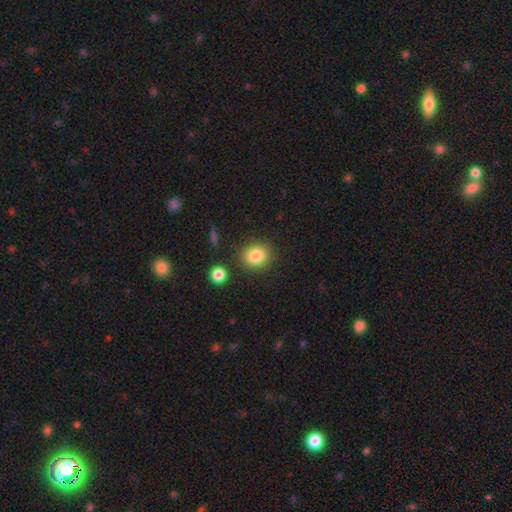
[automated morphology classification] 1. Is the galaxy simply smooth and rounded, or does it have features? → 84% smooth, 10% star or artifact, 6% featured or disk.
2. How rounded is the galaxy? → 78% round, 21% in between, 1% cigar-shaped.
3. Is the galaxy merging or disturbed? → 84% none, 8% minor disturbance, 4% merger, 3% major disturbance.